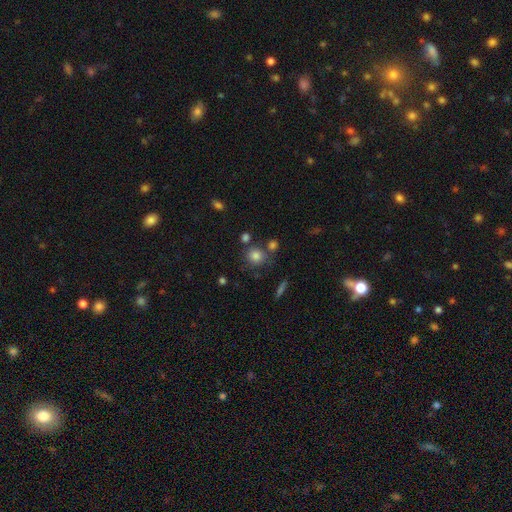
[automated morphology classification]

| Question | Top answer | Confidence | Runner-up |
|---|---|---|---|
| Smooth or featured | smooth | 81% | star or artifact (12%) |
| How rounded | round | 85% | in between (14%) |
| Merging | none | 70% | merger (14%) |